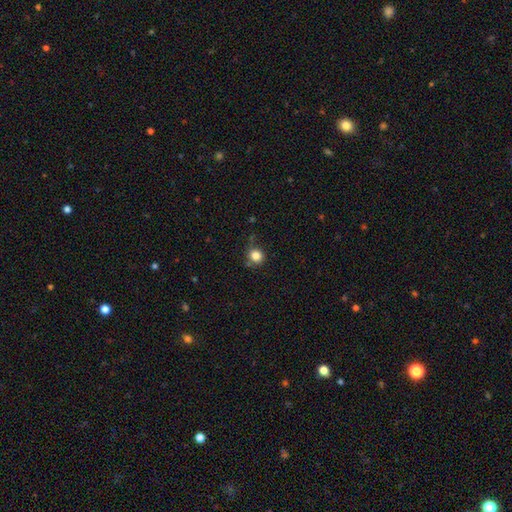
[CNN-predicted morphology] A smooth galaxy with no disk features (83%) that is round (89%). Merging: none (71%).